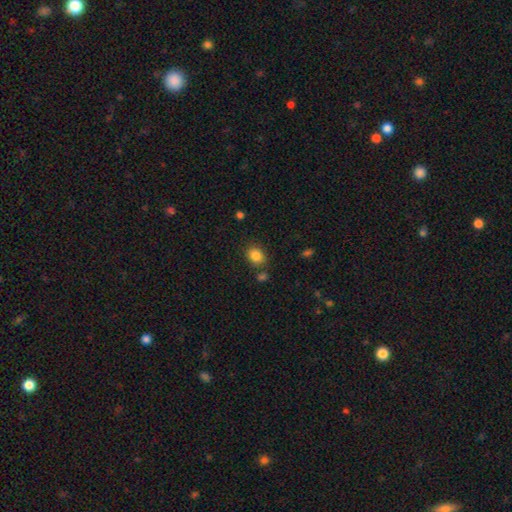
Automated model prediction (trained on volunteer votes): Smooth or featured?
  - smooth: 85% *
  - star or artifact: 10%
  - featured or disk: 5%
How rounded?
  - in between: 52% *
  - round: 47%
  - cigar-shaped: 1%
Merging?
  - none: 78% *
  - minor disturbance: 12%
  - merger: 7%
  - major disturbance: 4%